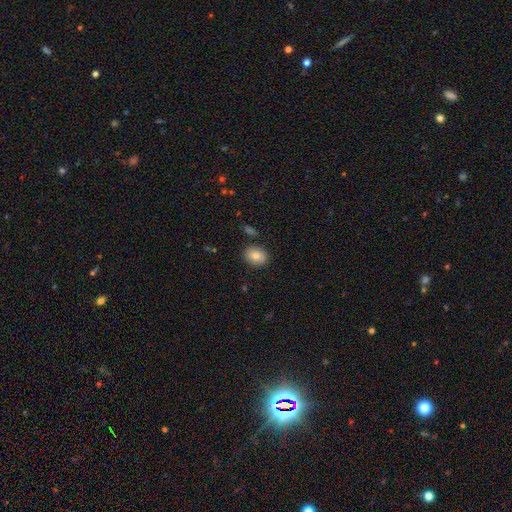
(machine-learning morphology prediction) smooth 80%, featured or disk 11%, star or artifact 8%. Down the decision tree: how rounded — in between (55%); merging — none (87%).